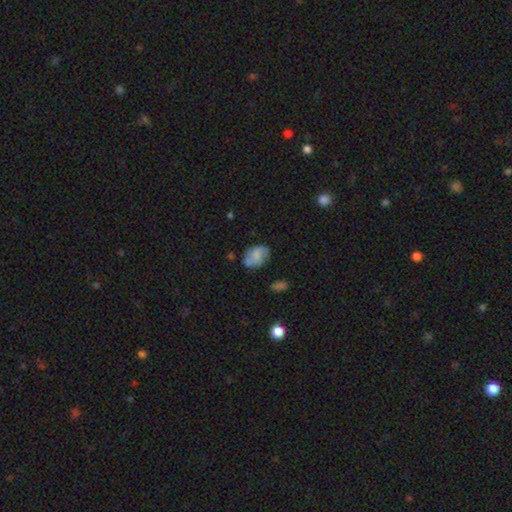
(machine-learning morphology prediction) smooth 70%, featured or disk 22%, star or artifact 8%. Down the decision tree: how rounded — in between (84%); merging — none (63%).